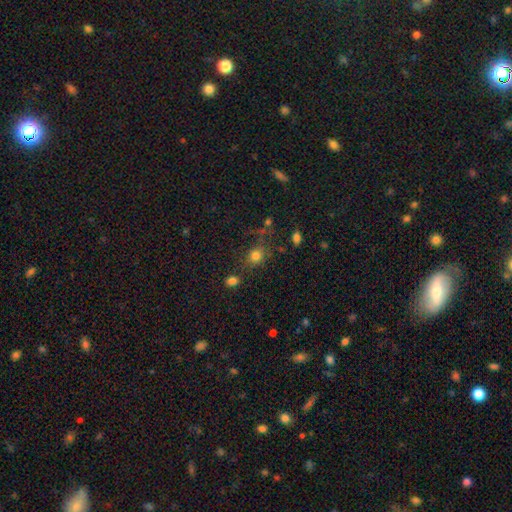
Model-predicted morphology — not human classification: Smooth or featured? smooth (78%)
How rounded? round (69%)
Merging? none (67%)